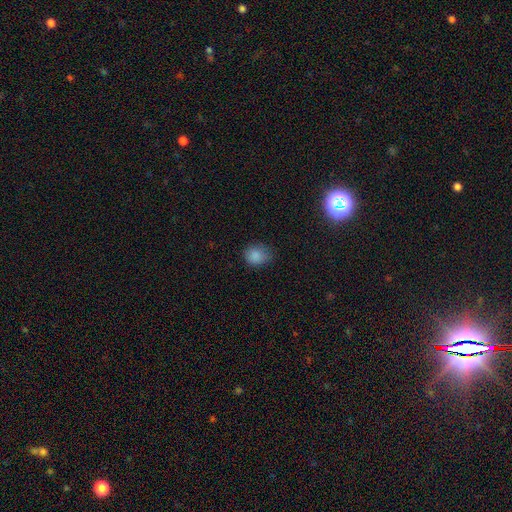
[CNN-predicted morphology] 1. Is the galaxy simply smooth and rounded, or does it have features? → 84% smooth, 11% star or artifact, 4% featured or disk.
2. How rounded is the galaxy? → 63% round, 37% in between, 1% cigar-shaped.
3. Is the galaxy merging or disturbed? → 67% none, 26% minor disturbance, 6% major disturbance, 1% merger.